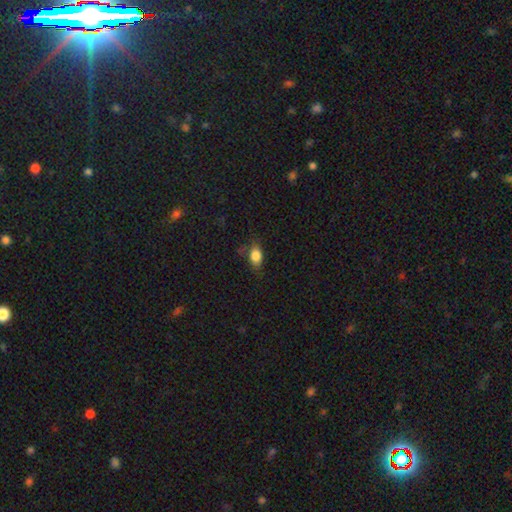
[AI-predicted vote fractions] smooth_or_featured: smooth (p=0.83) [alt: star or artifact p=0.10]
how_rounded: in between (p=0.80) [alt: round p=0.17]
merging: none (p=0.66) [alt: minor disturbance p=0.25]